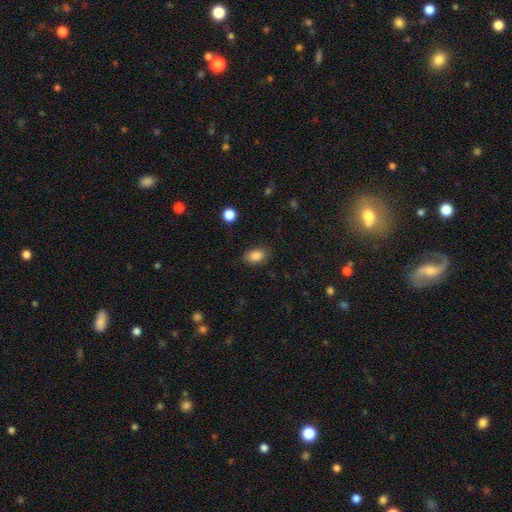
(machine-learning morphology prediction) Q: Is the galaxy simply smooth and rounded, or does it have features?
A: smooth — 86%.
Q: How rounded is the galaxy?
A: in between — 81%.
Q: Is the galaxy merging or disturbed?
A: none — 83%.